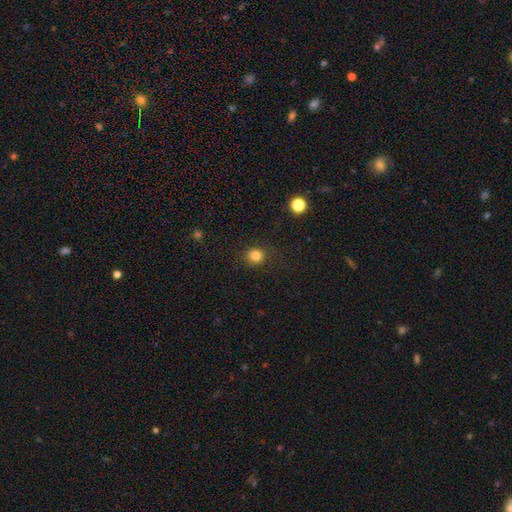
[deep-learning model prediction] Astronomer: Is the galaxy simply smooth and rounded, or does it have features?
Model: smooth — 83%.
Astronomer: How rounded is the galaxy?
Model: round — 84%.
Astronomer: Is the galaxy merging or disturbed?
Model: none — 87%.